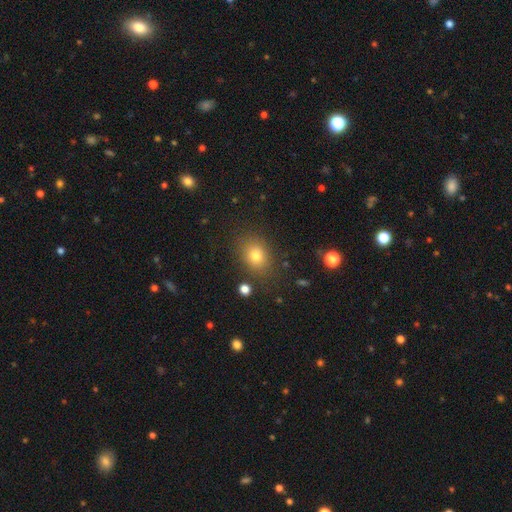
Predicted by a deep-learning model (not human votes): A smooth galaxy with no disk features (77%) that is in between round and cigar-shaped (56%).

Vote fractions:
- Smooth or featured? smooth: 77% / star or artifact: 13% / featured or disk: 10%
- How rounded? in between: 56% / round: 43% / cigar-shaped: 1%
- Merging? none: 81% / minor disturbance: 12% / major disturbance: 4% / merger: 3%